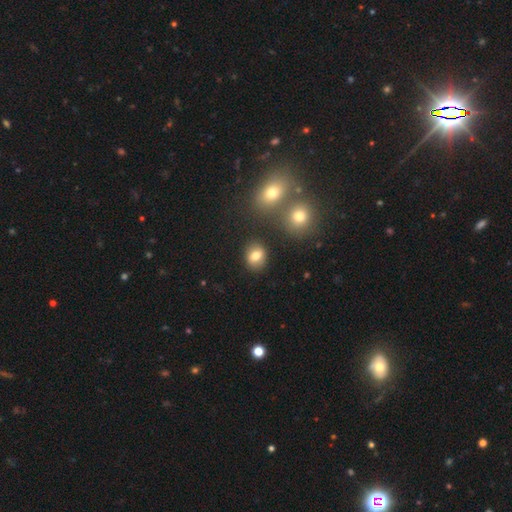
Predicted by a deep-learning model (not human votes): This is likely a smooth galaxy (79%). How rounded: likely round (62%). Merging: clearly none (84%).